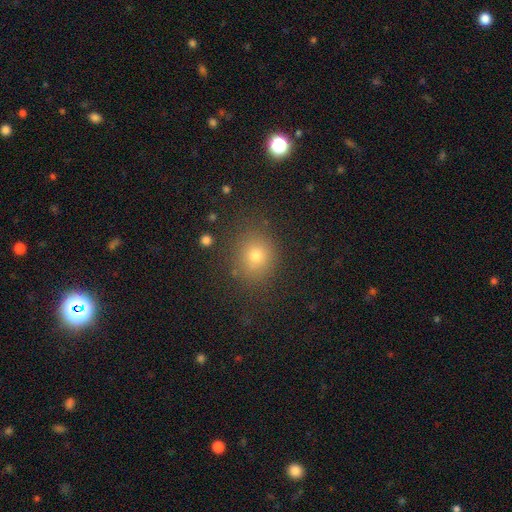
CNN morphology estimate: smooth-or-featured: smooth: 73% | star or artifact: 18% | featured or disk: 9%
  how-rounded: round: 78% | in between: 21% | cigar-shaped: 1%
  merging: none: 83% | minor disturbance: 10% | major disturbance: 4% | merger: 2%